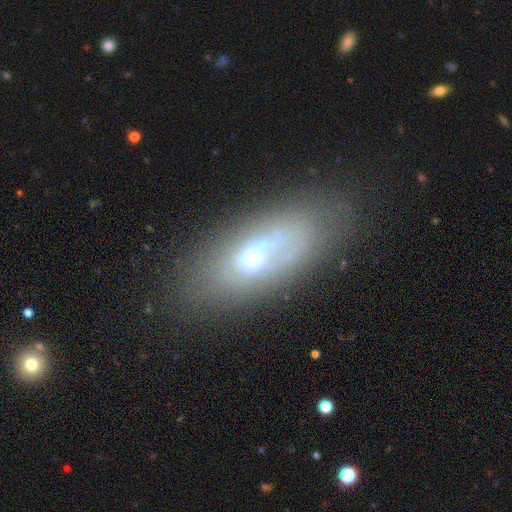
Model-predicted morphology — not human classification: A featured or disk galaxy (45%). Merging: none (65%).